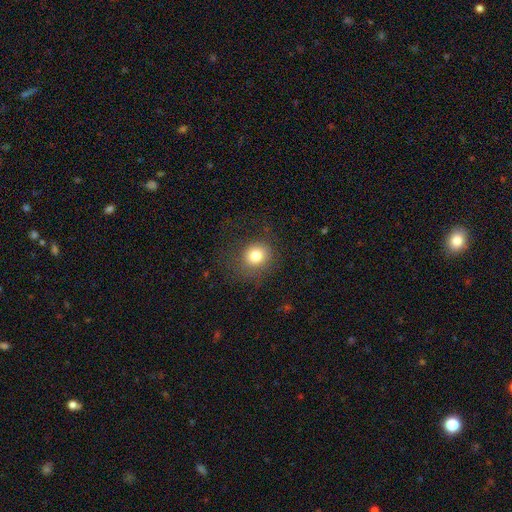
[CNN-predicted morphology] smooth_or_featured: smooth (p=0.79) [alt: star or artifact p=0.12]
how_rounded: round (p=0.83) [alt: in between p=0.16]
merging: none (p=0.77) [alt: minor disturbance p=0.13]